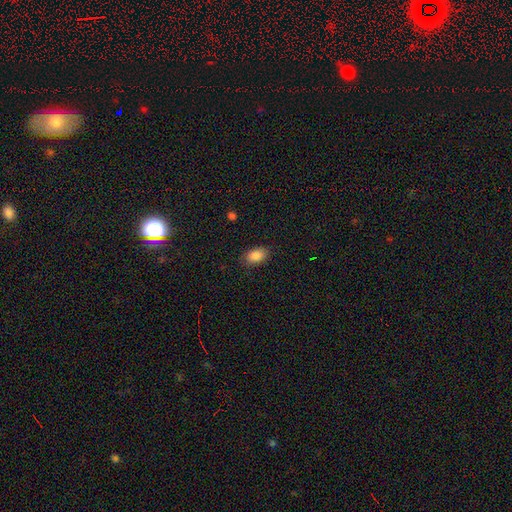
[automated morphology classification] Smooth or featured? smooth (87%)
How rounded? in between (90%)
Merging? none (84%)